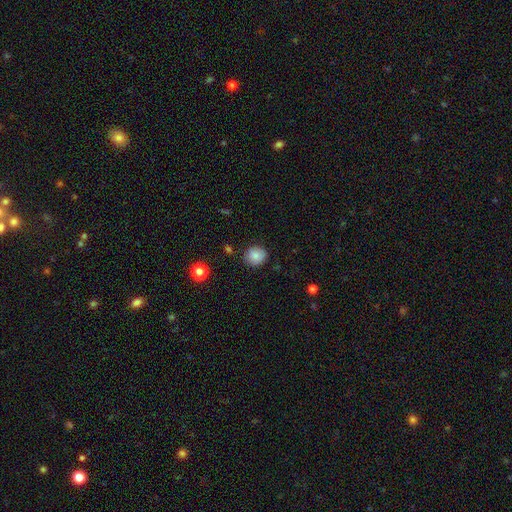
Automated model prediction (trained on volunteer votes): The model was most divided on "how rounded": round: 84%, in between: 16%, cigar-shaped: 1%. More confident: merging — none (85%); smooth or featured — smooth (83%).